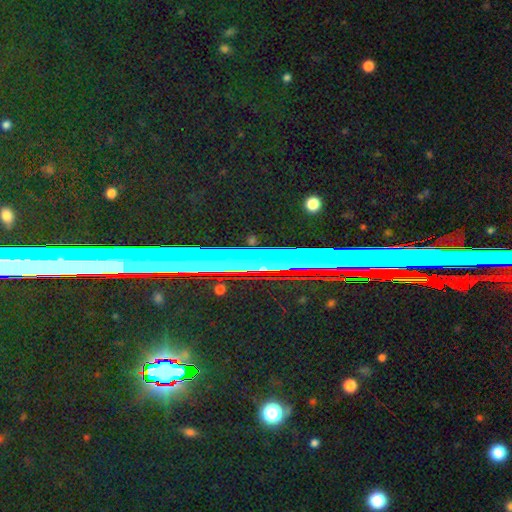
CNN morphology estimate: star or artifact 72%, featured or disk 16%, smooth 12%.